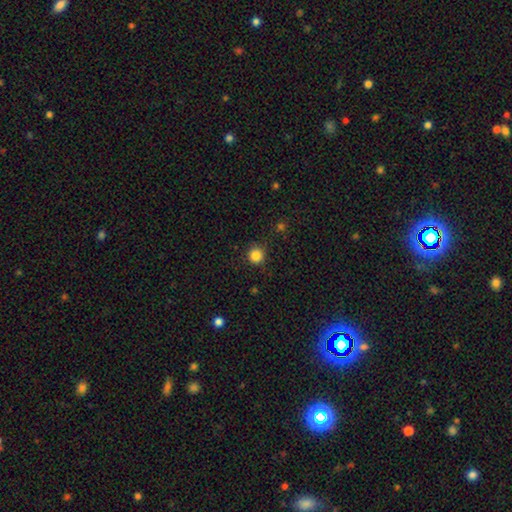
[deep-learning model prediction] Smooth or featured? smooth (85%)
How rounded? round (94%)
Merging? none (89%)